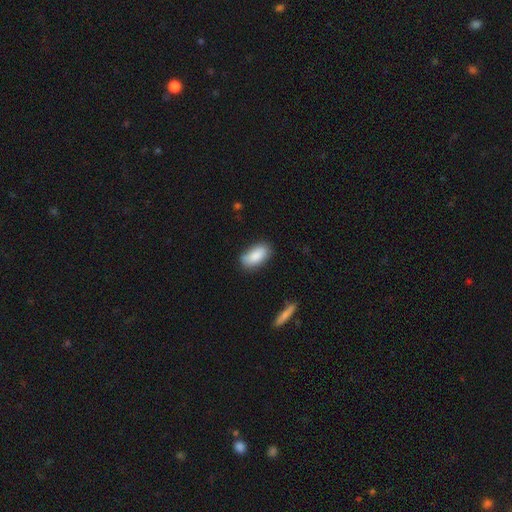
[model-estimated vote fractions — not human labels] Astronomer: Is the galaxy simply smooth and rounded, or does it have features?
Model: smooth — 86%.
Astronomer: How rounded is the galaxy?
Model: in between — 91%.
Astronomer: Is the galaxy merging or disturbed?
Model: none — 74%.